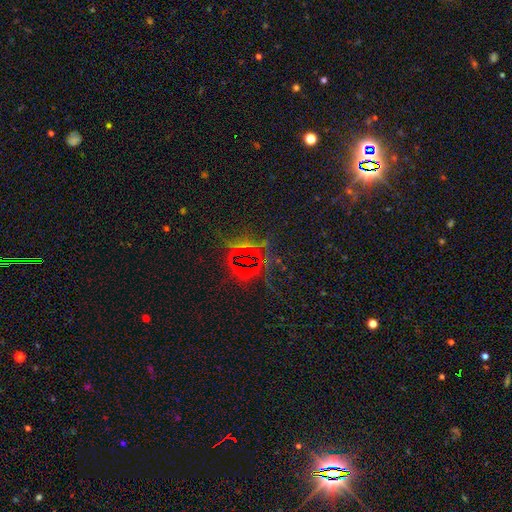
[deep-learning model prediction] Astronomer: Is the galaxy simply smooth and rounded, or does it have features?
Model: star or artifact — 81%.